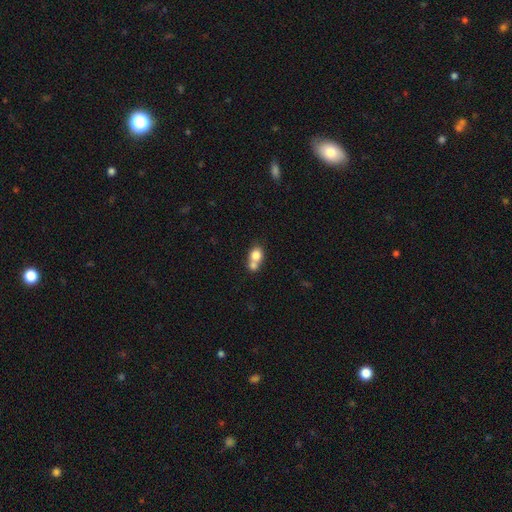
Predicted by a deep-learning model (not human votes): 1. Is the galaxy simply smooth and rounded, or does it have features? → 76% smooth, 15% featured or disk, 9% star or artifact.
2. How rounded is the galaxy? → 59% round, 40% in between, 1% cigar-shaped.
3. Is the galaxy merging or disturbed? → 61% merger, 29% none, 7% minor disturbance, 3% major disturbance.